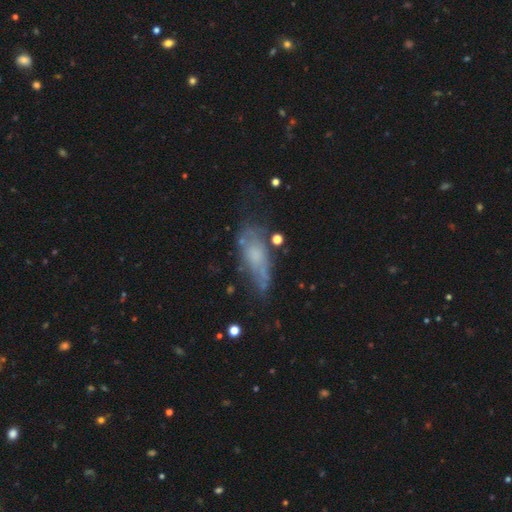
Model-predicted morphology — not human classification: A smooth galaxy with no disk features (45%). Merging: none (42%).